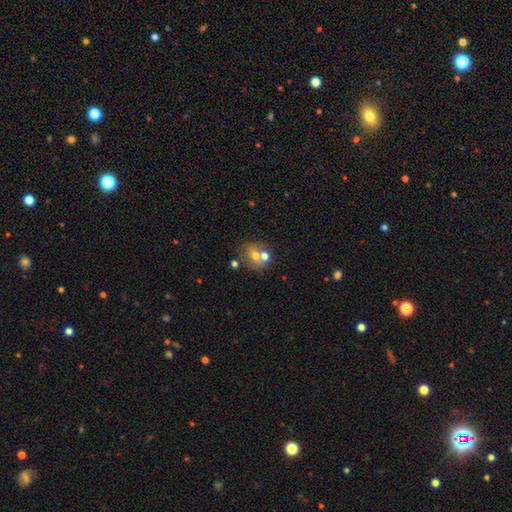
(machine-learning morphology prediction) The model was most divided on "merging": none: 51%, merger: 34%, minor disturbance: 11%, major disturbance: 4%. More confident: how rounded — round (66%); smooth or featured — smooth (63%).